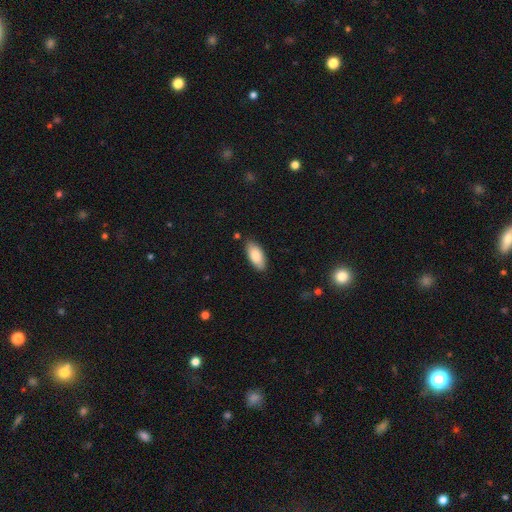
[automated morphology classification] Smooth or featured? smooth (85%)
How rounded? in between (89%)
Merging? none (85%)